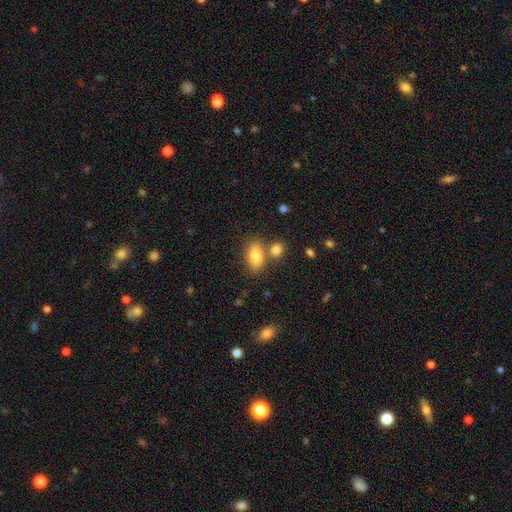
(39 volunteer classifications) Smooth or featured? 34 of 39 (87%) said smooth. How rounded? 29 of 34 (85%) said in between. Merging? 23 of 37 (62%) said none.